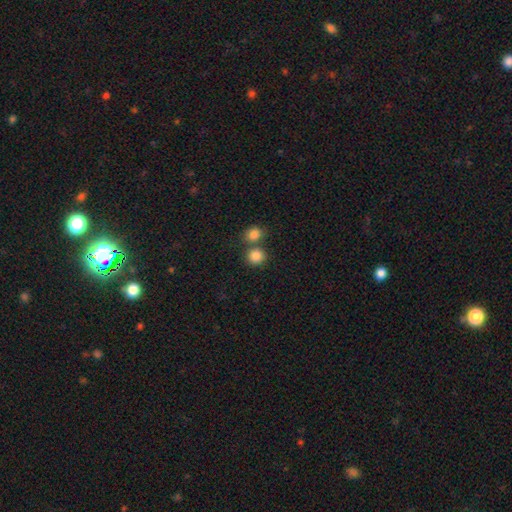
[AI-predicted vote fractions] Smooth or featured? smooth (85%)
How rounded? round (87%)
Merging? none (60%)